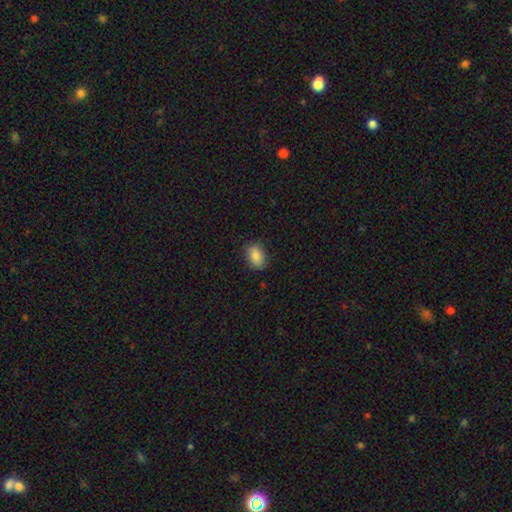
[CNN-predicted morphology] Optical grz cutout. It shows a smooth galaxy with no disk features (86%) that is in between round and cigar-shaped (83%). Merging: none (84%).